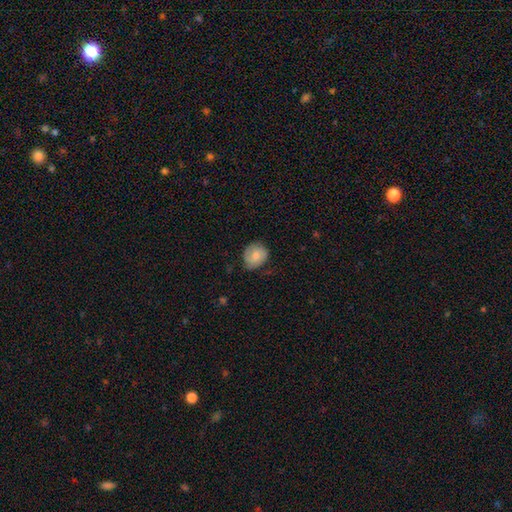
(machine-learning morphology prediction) smooth_or_featured: smooth (p=0.65) [alt: featured or disk p=0.28]
how_rounded: round (p=0.66) [alt: in between p=0.33]
merging: none (p=0.63) [alt: minor disturbance p=0.29]